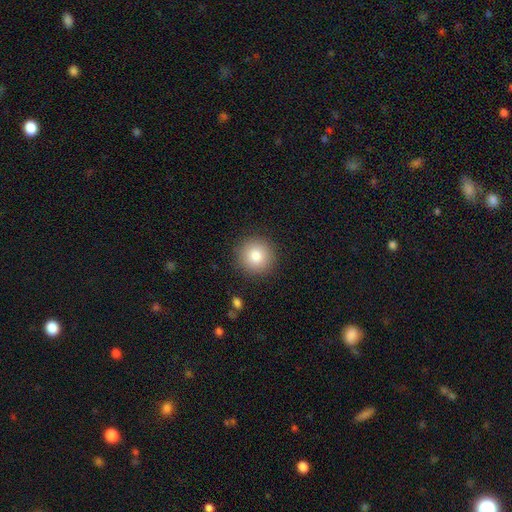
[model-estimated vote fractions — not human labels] Morphology: type=smooth (84%); roundness=round (95%); merging=none (90%).